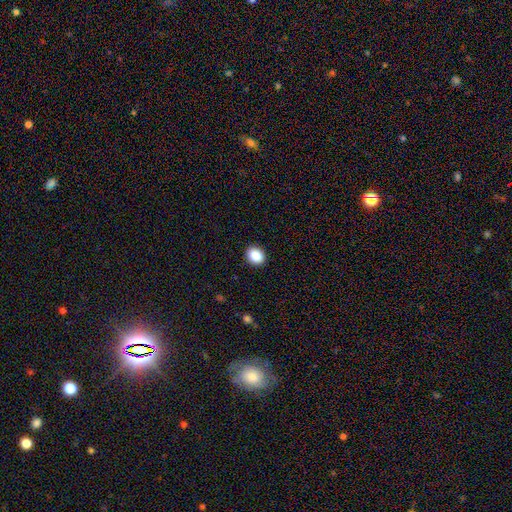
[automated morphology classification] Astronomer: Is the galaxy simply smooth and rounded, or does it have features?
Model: smooth — 89%.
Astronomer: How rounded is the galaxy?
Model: round — 53% (runner-up: in between, 47%).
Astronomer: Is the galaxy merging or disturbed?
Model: none — 91%.